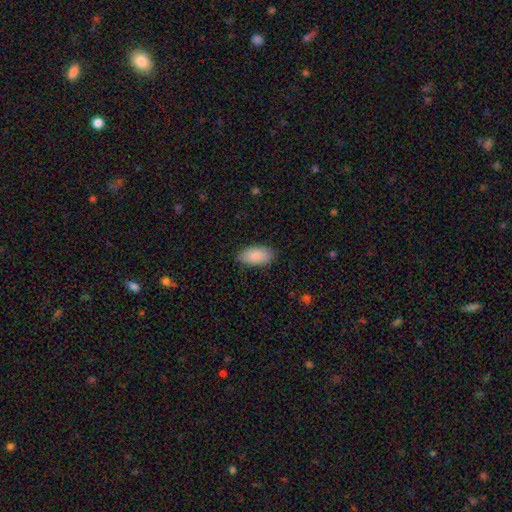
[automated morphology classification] smooth 88%, star or artifact 6%, featured or disk 6%. Down the decision tree: how rounded — in between (94%); merging — none (86%).